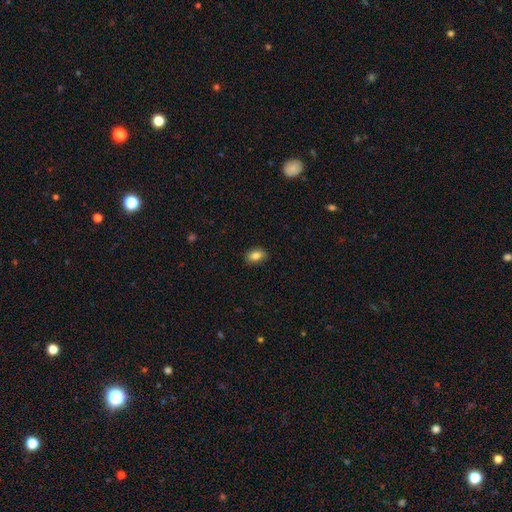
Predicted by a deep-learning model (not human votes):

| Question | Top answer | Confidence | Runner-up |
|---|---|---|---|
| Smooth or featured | smooth | 84% | star or artifact (8%) |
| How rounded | in between | 84% | round (13%) |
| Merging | none | 87% | minor disturbance (10%) |